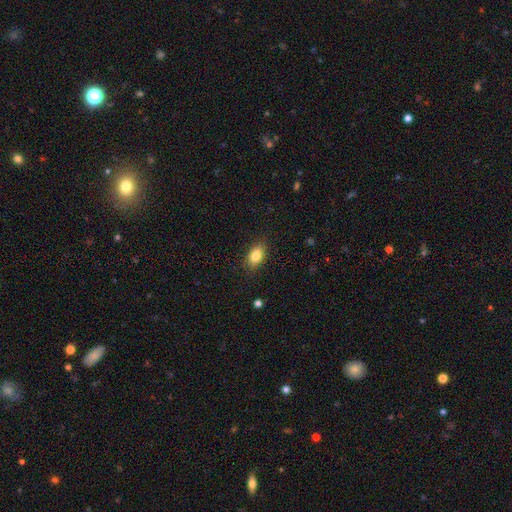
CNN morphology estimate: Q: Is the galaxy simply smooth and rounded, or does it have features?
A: smooth — 83%.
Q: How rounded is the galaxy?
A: in between — 87%.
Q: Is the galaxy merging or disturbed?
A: none — 86%.